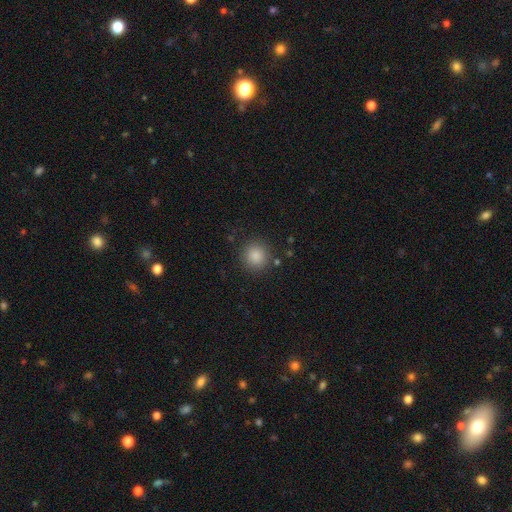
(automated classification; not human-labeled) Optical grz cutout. It shows a smooth galaxy with no disk features (86%) that is round (92%). Merging: none (88%).